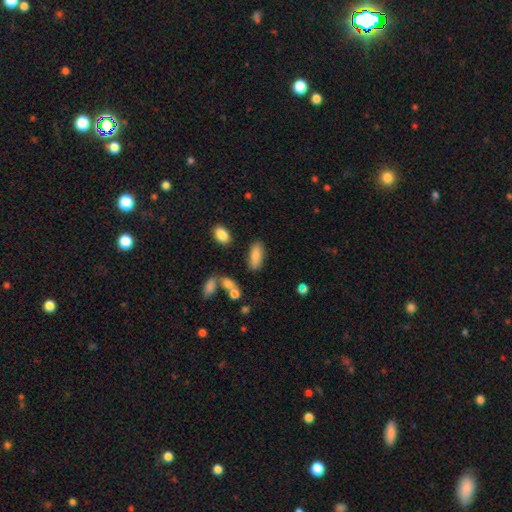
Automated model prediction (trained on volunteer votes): Smooth or featured?
  - smooth: 83% *
  - featured or disk: 9%
  - star or artifact: 9%
How rounded?
  - in between: 77% *
  - cigar-shaped: 20%
  - round: 3%
Merging?
  - none: 78% *
  - minor disturbance: 13%
  - merger: 5%
  - major disturbance: 4%